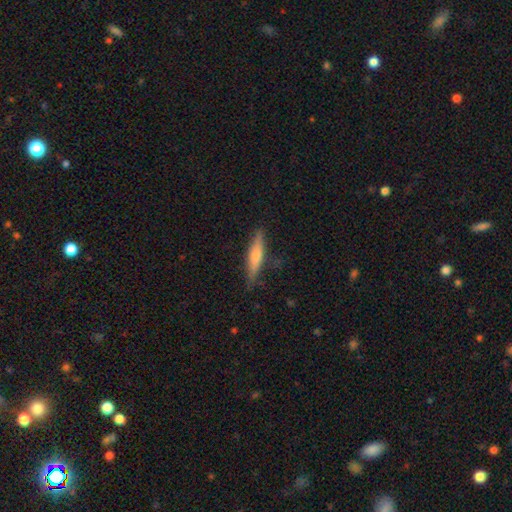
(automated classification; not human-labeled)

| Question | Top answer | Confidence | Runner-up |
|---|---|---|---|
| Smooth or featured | smooth | 47% | featured or disk (46%) |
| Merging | none | 84% | minor disturbance (12%) |